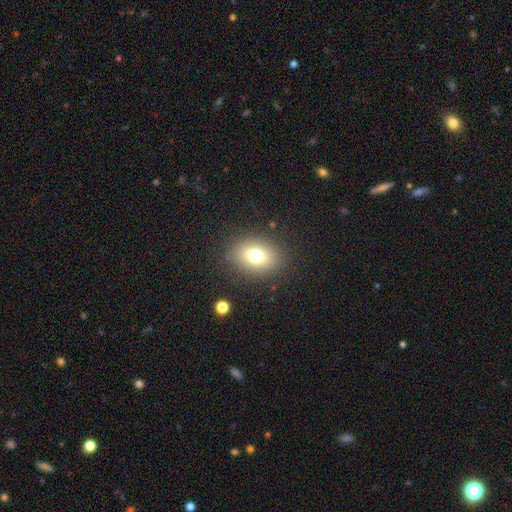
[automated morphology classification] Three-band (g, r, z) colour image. It shows a smooth galaxy with no disk features (74%) that is in between round and cigar-shaped (66%). Merging: none (84%).